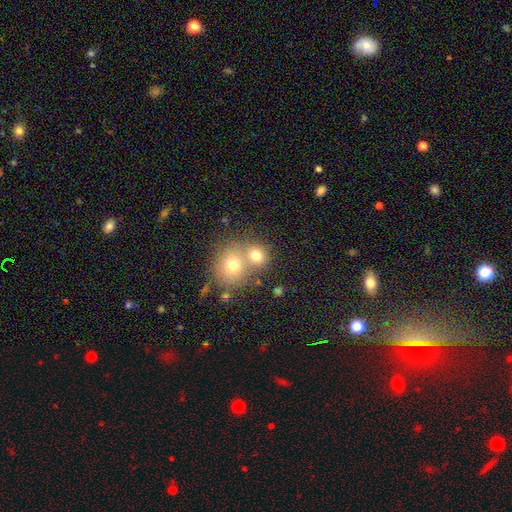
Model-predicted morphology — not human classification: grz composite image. It shows a smooth galaxy with no disk features (73%) that is round (76%). Merging: merger (51%).